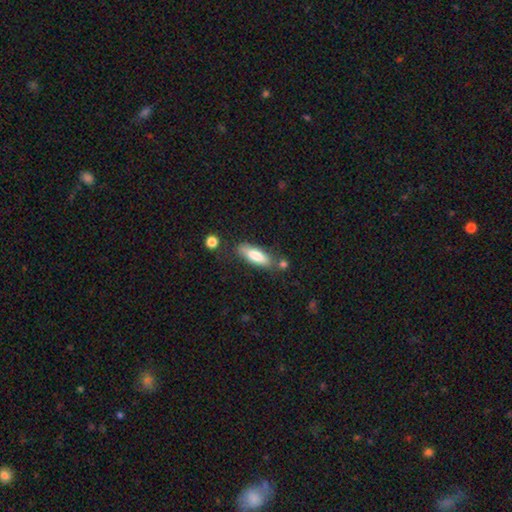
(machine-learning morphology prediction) This is likely a smooth galaxy (77%). How rounded: possibly in between (52%). Merging: likely none (71%).